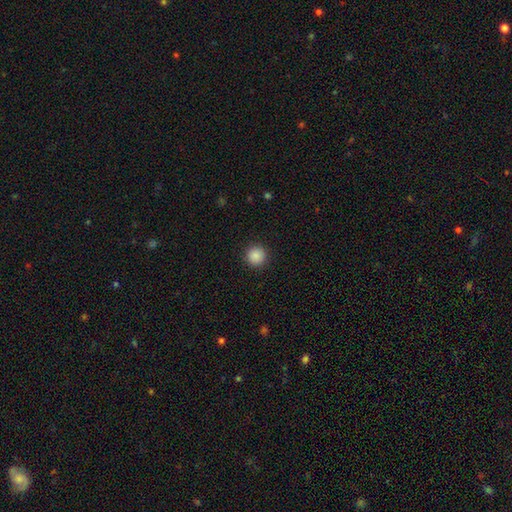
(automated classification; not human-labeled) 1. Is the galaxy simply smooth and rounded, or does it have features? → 88% smooth, 9% star or artifact, 3% featured or disk.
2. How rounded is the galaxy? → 95% round, 4% in between, 1% cigar-shaped.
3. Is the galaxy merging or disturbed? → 92% none, 5% minor disturbance, 2% major disturbance, 1% merger.